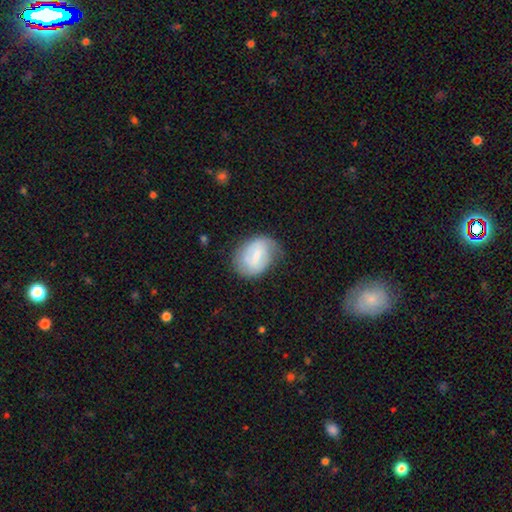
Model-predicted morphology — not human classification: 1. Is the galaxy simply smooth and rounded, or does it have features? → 52% smooth, 41% featured or disk, 7% star or artifact.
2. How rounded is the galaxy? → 71% in between, 28% round, 1% cigar-shaped.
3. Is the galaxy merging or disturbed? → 55% none, 31% minor disturbance, 11% major disturbance, 2% merger.